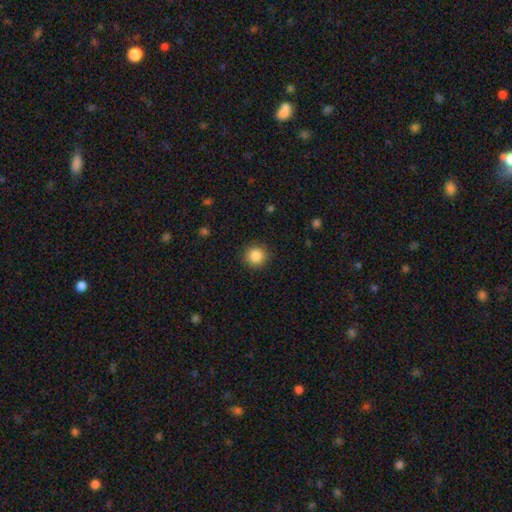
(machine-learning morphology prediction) Overall: smooth (86%). How rounded: round (95%). Merging: none (91%).